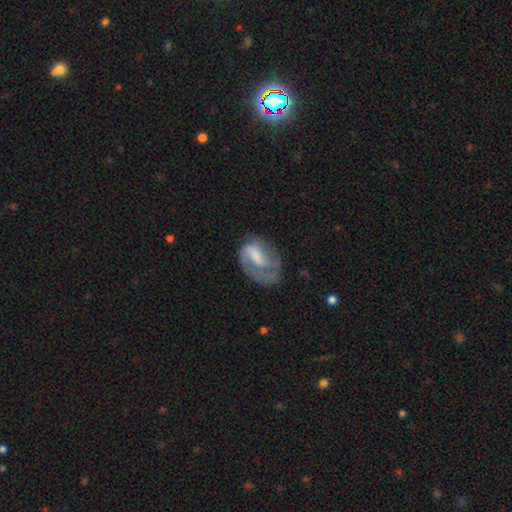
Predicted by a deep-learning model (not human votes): smooth-or-featured: featured or disk: 61% | smooth: 32% | star or artifact: 8%
  disk-edge-on: no: 96% | yes: 4%
    bar: weak: 45% | no: 32% | strong: 24%
    has-spiral-arms: yes: 74% | no: 26%
    bulge-size: moderate: 35% | small: 28% | none: 24% | large: 11% | dominant: 2%
  merging: none: 45% | major disturbance: 28% | minor disturbance: 25% | merger: 3%